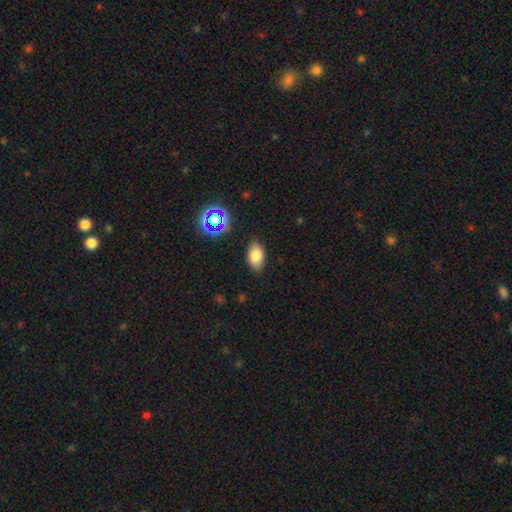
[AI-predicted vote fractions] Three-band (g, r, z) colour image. It shows a smooth galaxy with no disk features (79%) that is in between round and cigar-shaped (90%). Merging: none (83%).